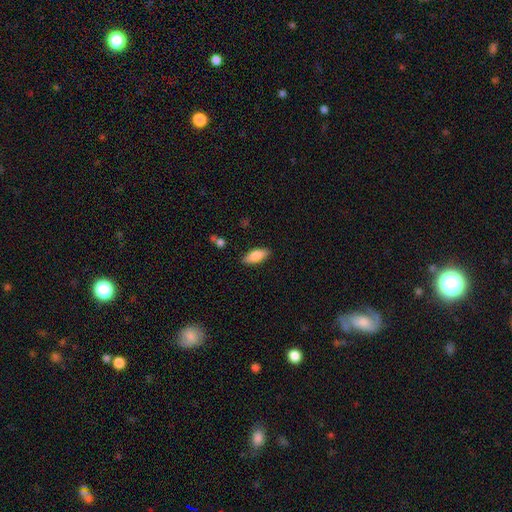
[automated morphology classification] A smooth galaxy with no disk features (79%) that is in between round and cigar-shaped (80%). Merging: none (86%).